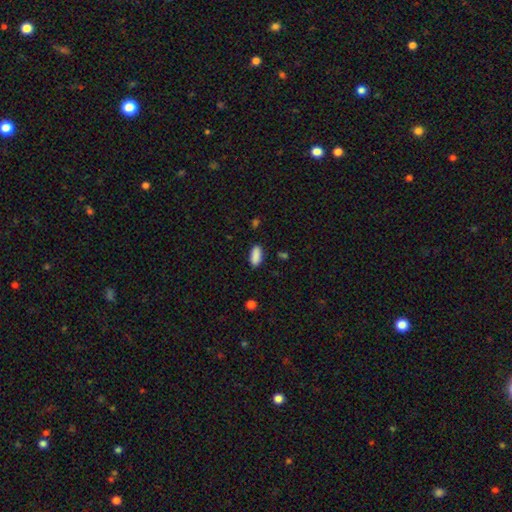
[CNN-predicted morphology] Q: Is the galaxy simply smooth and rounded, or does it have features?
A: smooth — 89%.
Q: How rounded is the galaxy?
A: in between — 84%.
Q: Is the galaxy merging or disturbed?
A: none — 86%.